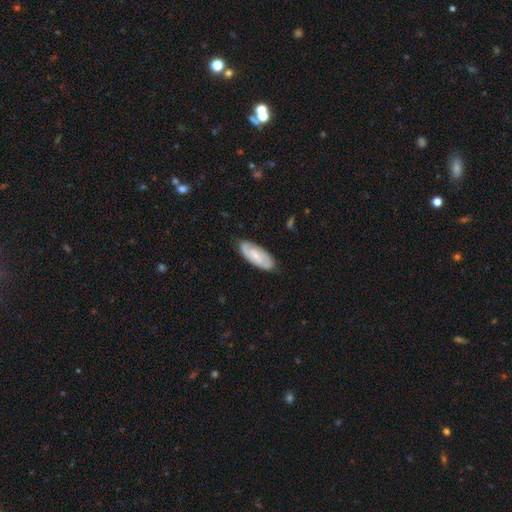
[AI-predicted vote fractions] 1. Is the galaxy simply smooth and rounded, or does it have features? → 60% featured or disk, 35% smooth, 6% star or artifact.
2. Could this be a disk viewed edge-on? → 91% no, 9% yes.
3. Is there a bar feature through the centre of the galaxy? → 59% no, 33% weak, 8% strong.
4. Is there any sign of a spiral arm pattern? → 86% yes, 14% no.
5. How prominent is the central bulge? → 65% small, 27% moderate, 6% none, 1% large, 1% dominant.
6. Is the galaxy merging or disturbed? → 81% none, 15% minor disturbance, 3% major disturbance, 1% merger.